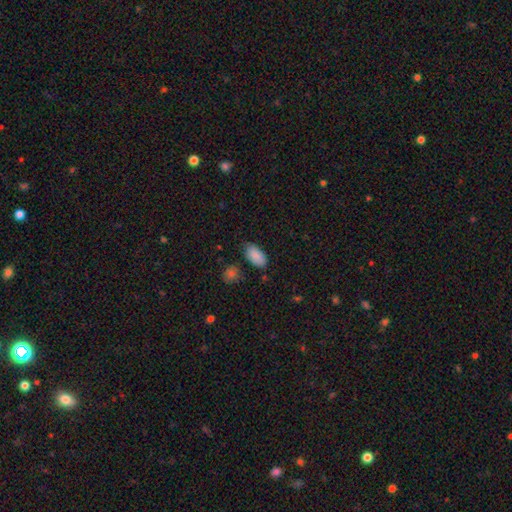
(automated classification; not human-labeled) Smooth or featured: smooth — 88% (star or artifact — 7%)
How rounded: in between — 94% (round — 3%)
Merging: none — 73% (minor disturbance — 20%)